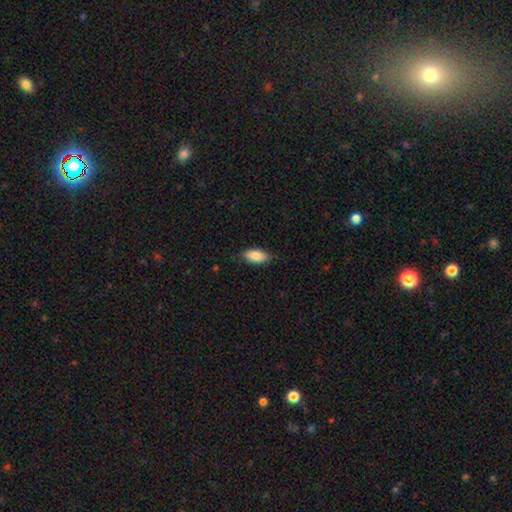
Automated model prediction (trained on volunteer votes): The model was most divided on "merging": none: 79%, minor disturbance: 17%, major disturbance: 3%, merger: 1%. More confident: how rounded — in between (91%); smooth or featured — smooth (86%).